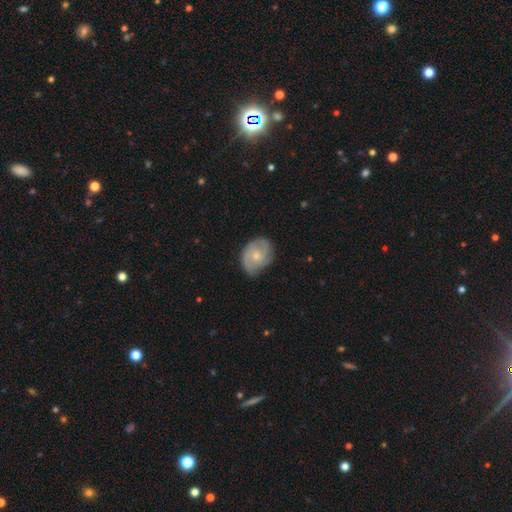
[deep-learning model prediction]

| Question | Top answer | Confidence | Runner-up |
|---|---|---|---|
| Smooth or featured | featured or disk | 68% | smooth (26%) |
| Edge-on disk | no | 97% | yes (3%) |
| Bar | no | 72% | weak (25%) |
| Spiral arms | yes | 90% | no (10%) |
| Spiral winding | tight | 48% | medium (40%) |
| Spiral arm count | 2 | 50% | can't tell (21%) |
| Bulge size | small | 52% | moderate (42%) |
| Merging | none | 69% | minor disturbance (23%) |